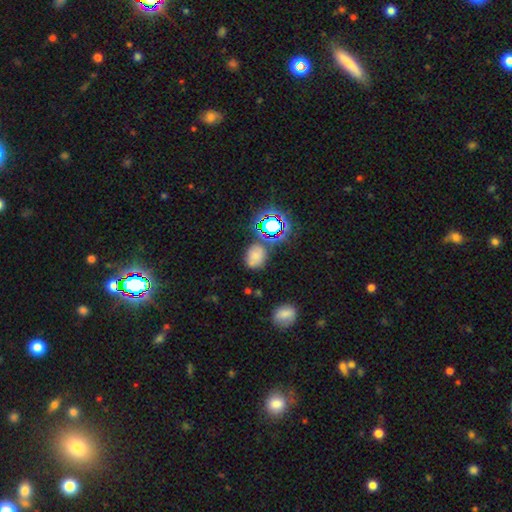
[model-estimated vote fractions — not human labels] Smooth or featured?
  - smooth: 60% *
  - star or artifact: 28%
  - featured or disk: 12%
How rounded?
  - in between: 54% *
  - round: 44%
  - cigar-shaped: 1%
Merging?
  - none: 65% *
  - minor disturbance: 19%
  - merger: 9%
  - major disturbance: 6%